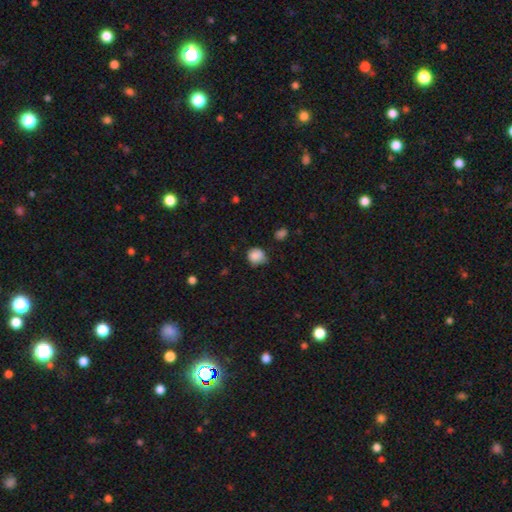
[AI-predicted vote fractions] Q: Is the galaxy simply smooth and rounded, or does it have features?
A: smooth — 85%.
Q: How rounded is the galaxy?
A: round — 77%.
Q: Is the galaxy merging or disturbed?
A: none — 55%.